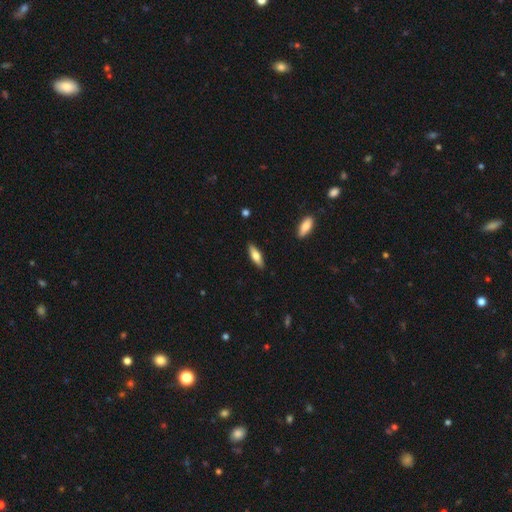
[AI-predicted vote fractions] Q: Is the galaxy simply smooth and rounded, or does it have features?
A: smooth — 66%.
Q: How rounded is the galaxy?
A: in between — 52%.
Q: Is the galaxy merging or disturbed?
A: none — 88%.